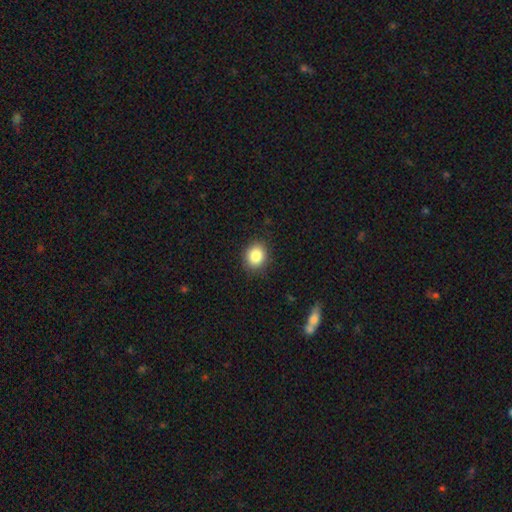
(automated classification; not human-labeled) smooth 85%, star or artifact 9%, featured or disk 6%. Down the decision tree: how rounded — round (64%); merging — none (89%).